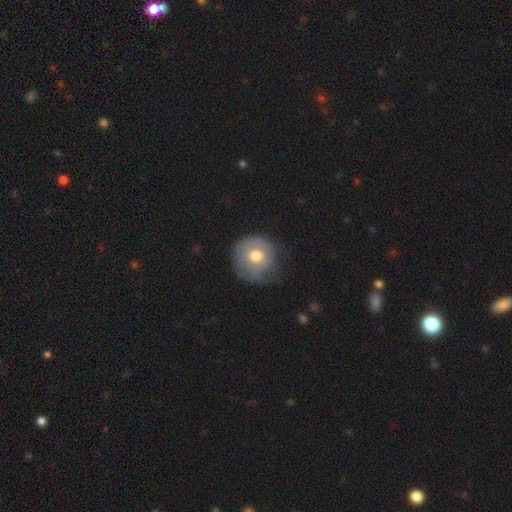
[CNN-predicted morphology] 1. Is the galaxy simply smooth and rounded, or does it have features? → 61% smooth, 32% featured or disk, 7% star or artifact.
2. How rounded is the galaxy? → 90% round, 9% in between, 1% cigar-shaped.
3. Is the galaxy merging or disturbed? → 56% none, 29% minor disturbance, 14% major disturbance, 2% merger.